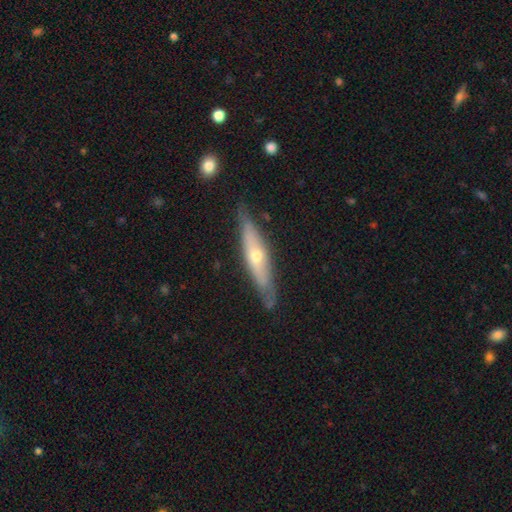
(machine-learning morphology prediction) Smooth or featured? featured or disk (59%)
Edge-on disk? yes (80%)
Merging? none (78%)